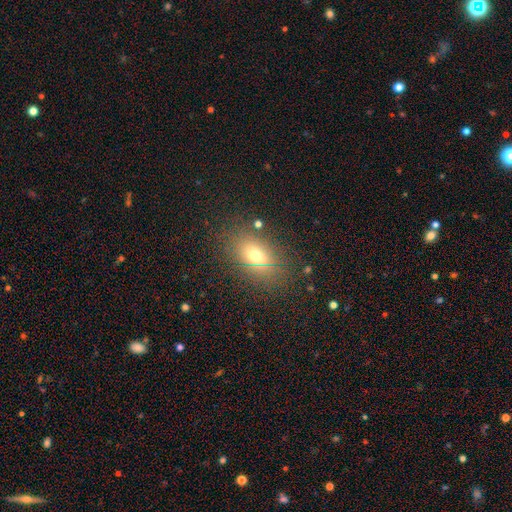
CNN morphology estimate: Smooth or featured?
  - smooth: 67% *
  - featured or disk: 17%
  - star or artifact: 16%
How rounded?
  - in between: 81% *
  - round: 16%
  - cigar-shaped: 4%
Merging?
  - none: 82% *
  - minor disturbance: 11%
  - major disturbance: 4%
  - merger: 2%